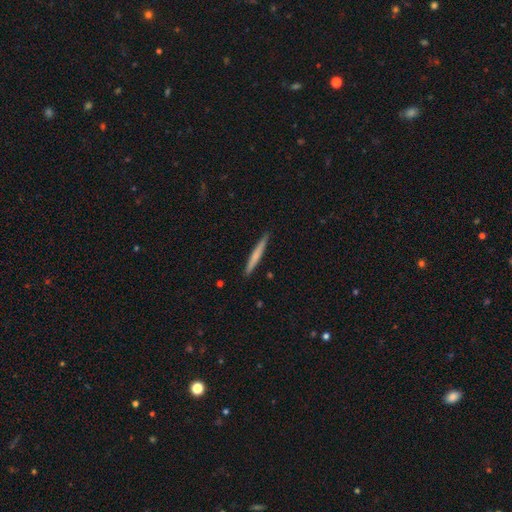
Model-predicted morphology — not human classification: Smooth or featured? smooth (60%)
How rounded? cigar-shaped (97%)
Merging? none (91%)